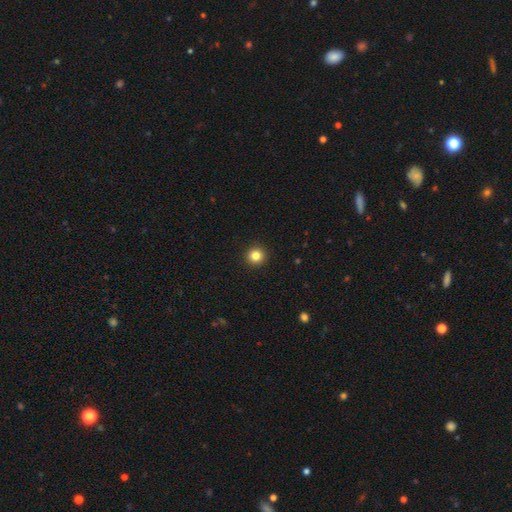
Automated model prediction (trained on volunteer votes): smooth-or-featured: smooth: 83% | star or artifact: 12% | featured or disk: 6%
  how-rounded: round: 95% | in between: 4% | cigar-shaped: 1%
  merging: none: 93% | minor disturbance: 4% | major disturbance: 1% | merger: 1%